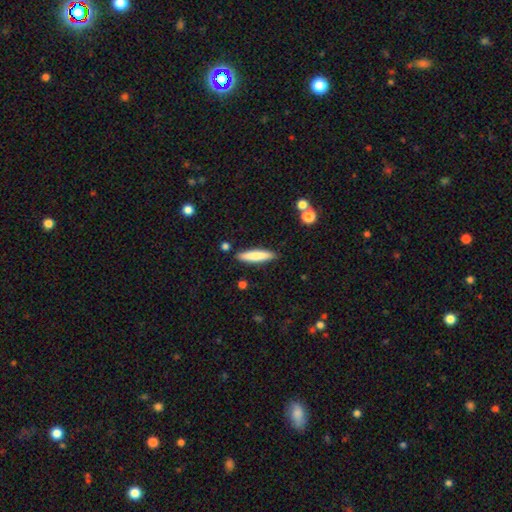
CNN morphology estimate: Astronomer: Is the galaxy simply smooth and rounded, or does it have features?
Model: smooth — 78%.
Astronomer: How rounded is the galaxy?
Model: cigar-shaped — 83%.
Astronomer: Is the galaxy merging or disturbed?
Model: none — 87%.